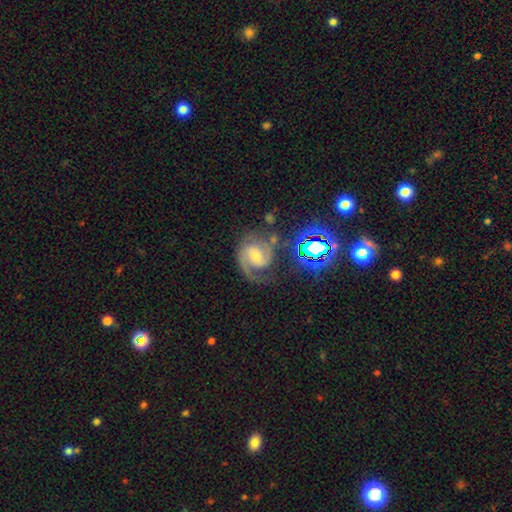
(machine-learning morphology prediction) type=featured or disk (82%); edge-on=no (98%); bar=weak (47%); spiral arms=yes (97%); winding=medium (51%); arm count=2 (69%); bulge=small (48%); merging=none (60%).